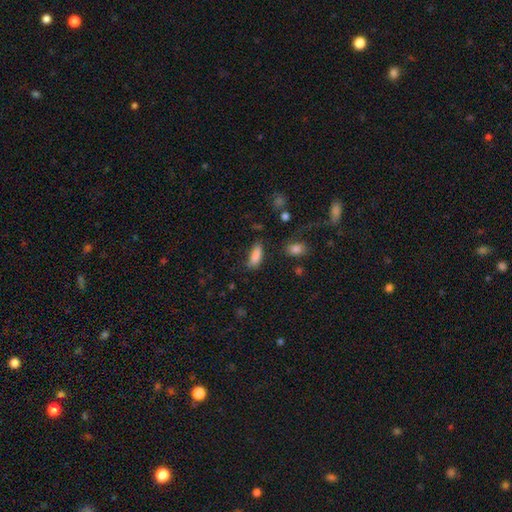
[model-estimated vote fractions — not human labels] smooth 85%, star or artifact 9%, featured or disk 6%. Down the decision tree: how rounded — in between (75%); merging — none (69%).